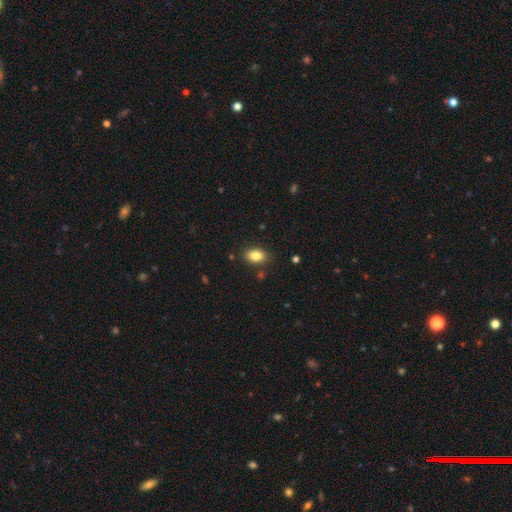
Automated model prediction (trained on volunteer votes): This is clearly a smooth galaxy (85%). How rounded: clearly in between (85%). Merging: clearly none (86%).